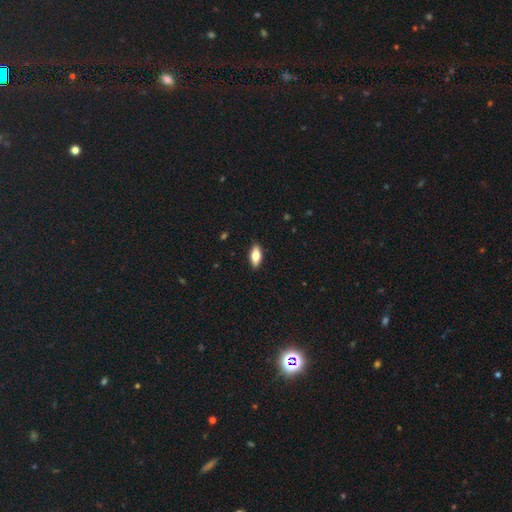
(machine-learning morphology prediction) smooth-or-featured: smooth: 69% | featured or disk: 24% | star or artifact: 7%
  how-rounded: in between: 80% | cigar-shaped: 17% | round: 3%
  merging: none: 89% | minor disturbance: 8% | major disturbance: 2% | merger: 1%